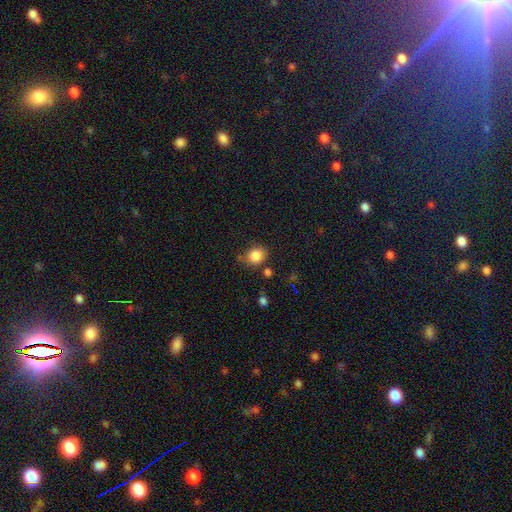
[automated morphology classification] smooth 85%, star or artifact 10%, featured or disk 5%. Down the decision tree: how rounded — round (68%); merging — none (71%).